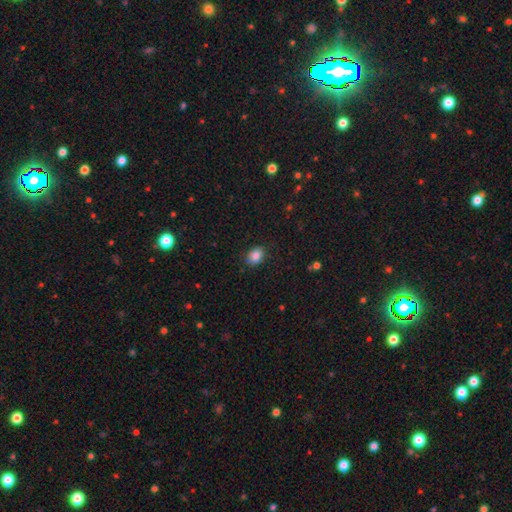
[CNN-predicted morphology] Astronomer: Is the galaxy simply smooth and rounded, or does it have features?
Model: smooth — 85%.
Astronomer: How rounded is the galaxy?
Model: in between — 64%.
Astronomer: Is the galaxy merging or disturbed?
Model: none — 82%.